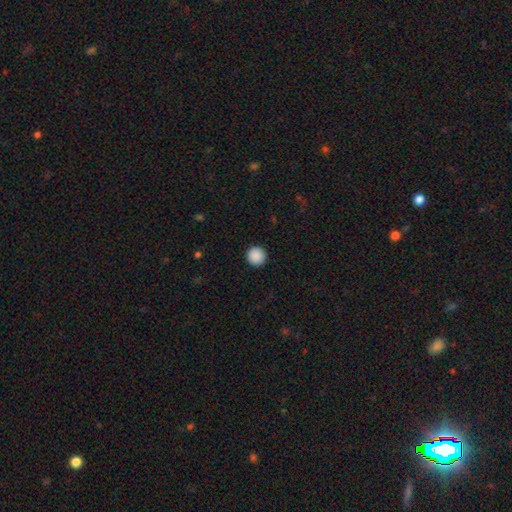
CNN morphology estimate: Smooth or featured? smooth (90%)
How rounded? round (96%)
Merging? none (93%)